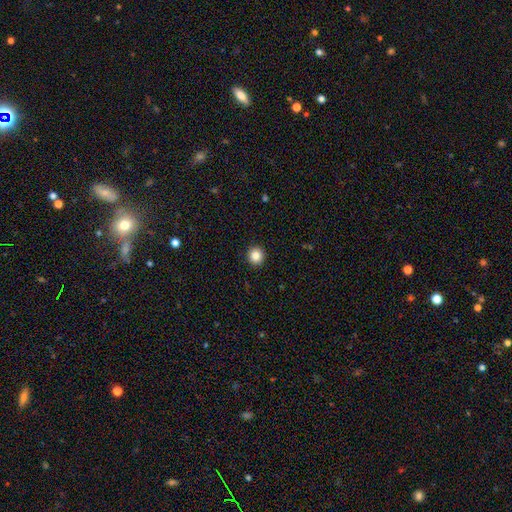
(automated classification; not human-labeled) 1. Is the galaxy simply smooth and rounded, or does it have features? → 85% smooth, 10% star or artifact, 5% featured or disk.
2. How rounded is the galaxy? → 93% round, 7% in between, 1% cigar-shaped.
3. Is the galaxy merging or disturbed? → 93% none, 4% minor disturbance, 2% major disturbance, 1% merger.